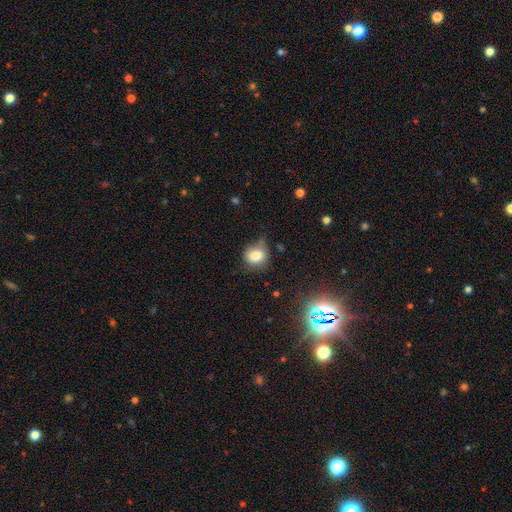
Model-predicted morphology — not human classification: type=smooth (80%); roundness=round (64%); merging=none (51%).